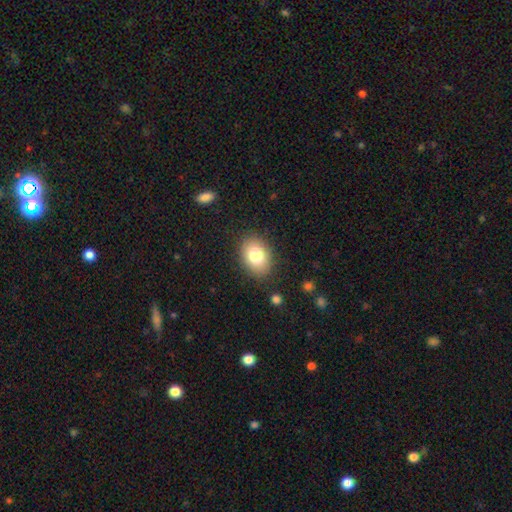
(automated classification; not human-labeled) Morphology: type=smooth (80%); roundness=in between (71%); merging=none (86%).